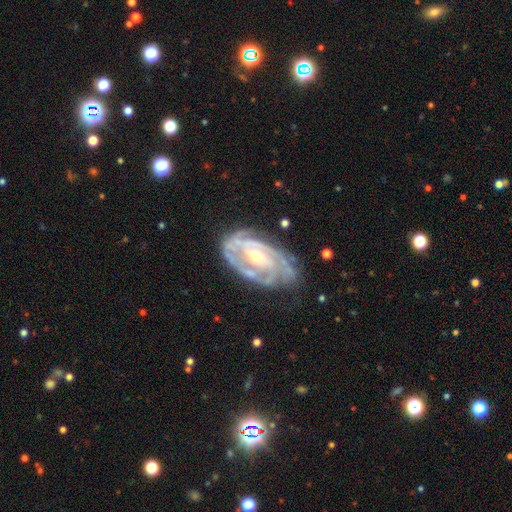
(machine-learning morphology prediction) smooth_or_featured: featured or disk (p=0.89) [alt: smooth p=0.06]
disk_edge_on: no (p=0.96) [alt: yes p=0.04]
bar: no (p=0.44) [alt: weak p=0.37]
has_spiral_arms: yes (p=0.96) [alt: no p=0.04]
spiral_winding: tight (p=0.69) [alt: medium p=0.26]
spiral_arm_count: 2 (p=0.34) [alt: can't tell p=0.25]
bulge_size: moderate (p=0.51) [alt: small p=0.45]
merging: none (p=0.68) [alt: minor disturbance p=0.22]